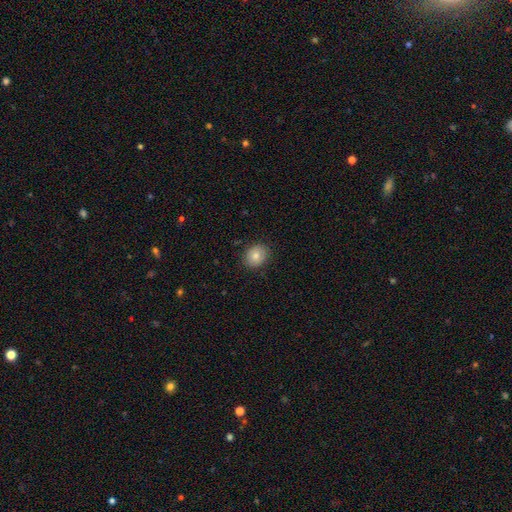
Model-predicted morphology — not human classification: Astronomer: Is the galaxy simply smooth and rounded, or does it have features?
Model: smooth — 79%.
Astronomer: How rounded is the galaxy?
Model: round — 62% (runner-up: in between, 38%).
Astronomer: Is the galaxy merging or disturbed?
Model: none — 86%.